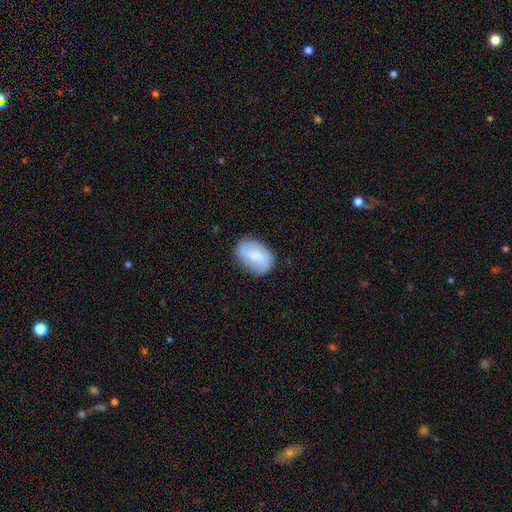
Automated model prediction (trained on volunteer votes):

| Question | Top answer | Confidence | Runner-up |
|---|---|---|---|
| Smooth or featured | smooth | 57% | featured or disk (36%) |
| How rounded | in between | 85% | round (14%) |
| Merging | none | 74% | minor disturbance (19%) |